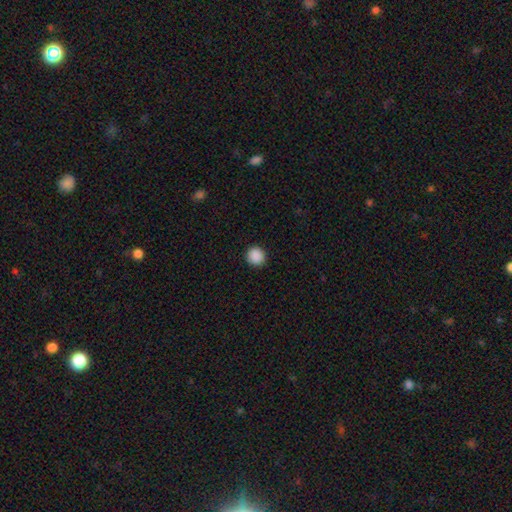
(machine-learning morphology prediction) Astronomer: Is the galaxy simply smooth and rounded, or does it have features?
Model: smooth — 89%.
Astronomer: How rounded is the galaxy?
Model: round — 93%.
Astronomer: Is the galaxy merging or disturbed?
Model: none — 92%.